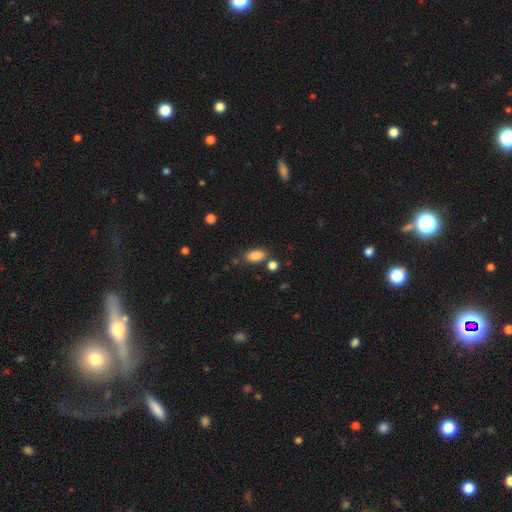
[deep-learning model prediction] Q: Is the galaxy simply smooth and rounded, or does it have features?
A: smooth — 85%.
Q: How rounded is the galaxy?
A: in between — 88%.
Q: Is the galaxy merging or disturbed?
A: none — 74%.